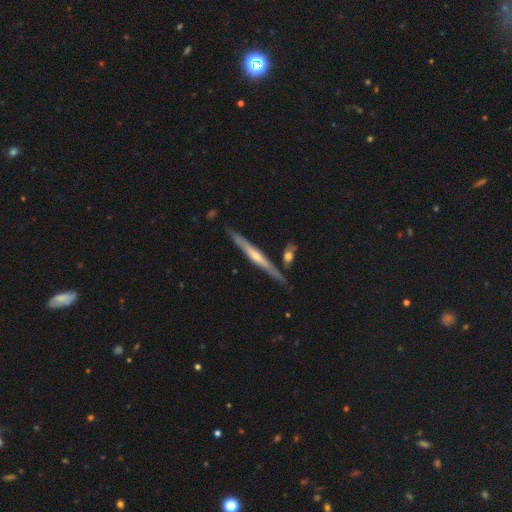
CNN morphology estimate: Overall: featured or disk (71%). Edge-on disk: yes (96%). Edge-on bulge: rounded (63%; none 31%). Merging: none (82%).